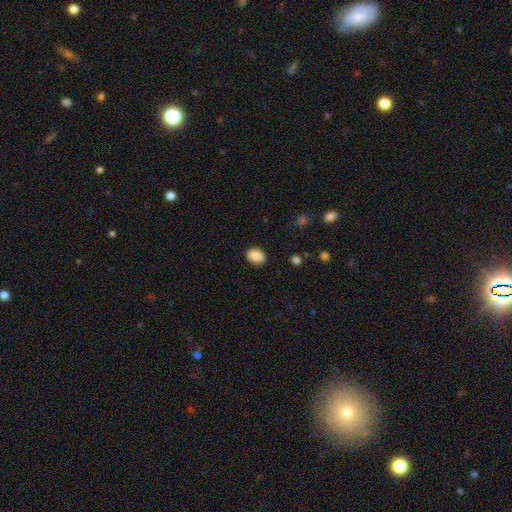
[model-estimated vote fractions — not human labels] Smooth or featured?
  - smooth: 89% *
  - star or artifact: 8%
  - featured or disk: 3%
How rounded?
  - in between: 66% *
  - round: 33%
  - cigar-shaped: 1%
Merging?
  - none: 87% *
  - minor disturbance: 10%
  - major disturbance: 2%
  - merger: 1%